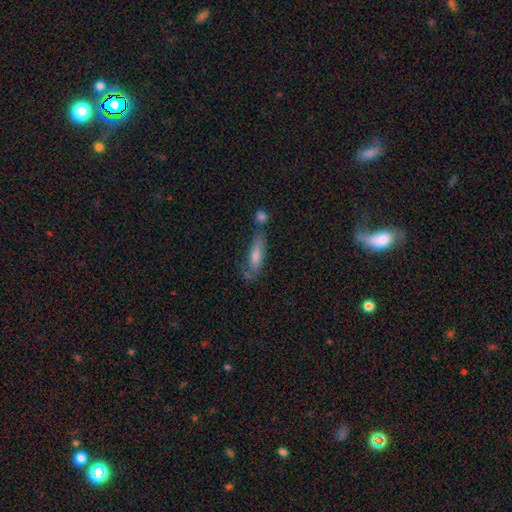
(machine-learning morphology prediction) This appears to be a smooth galaxy with no disk features (61%) that is cigar-shaped (63%). Merging: none (54%).